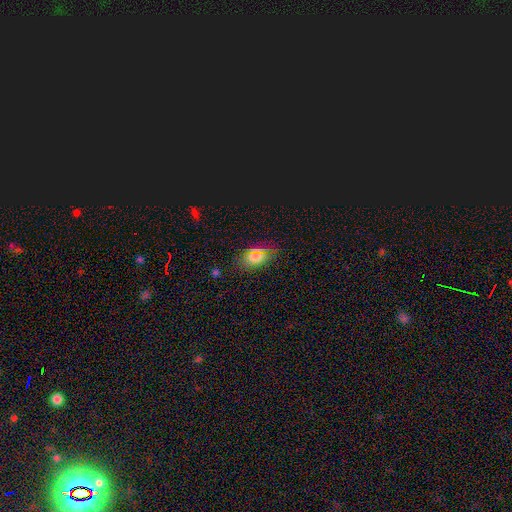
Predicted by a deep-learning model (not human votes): smooth 71%, star or artifact 20%, featured or disk 9%. Down the decision tree: how rounded — in between (85%); merging — none (84%).